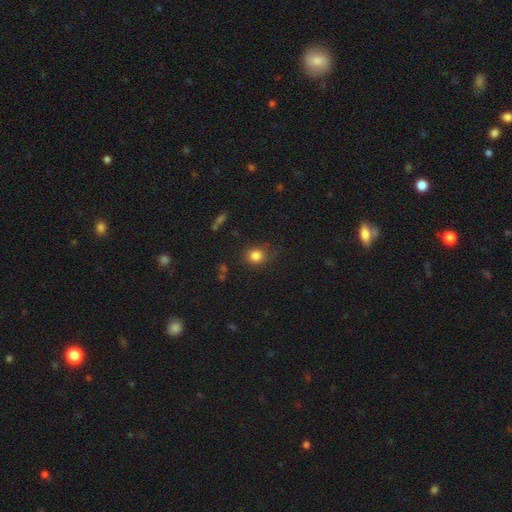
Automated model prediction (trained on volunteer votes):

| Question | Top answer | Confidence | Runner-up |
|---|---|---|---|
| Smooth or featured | smooth | 83% | star or artifact (11%) |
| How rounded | round | 75% | in between (24%) |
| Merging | none | 77% | minor disturbance (16%) |